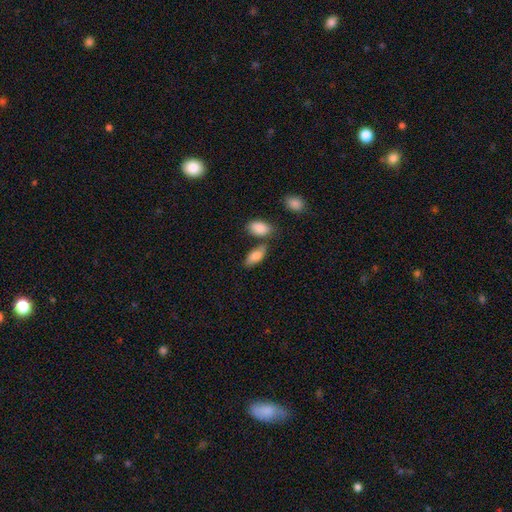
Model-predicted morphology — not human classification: type=smooth (83%); roundness=in between (89%); merging=none (60%).